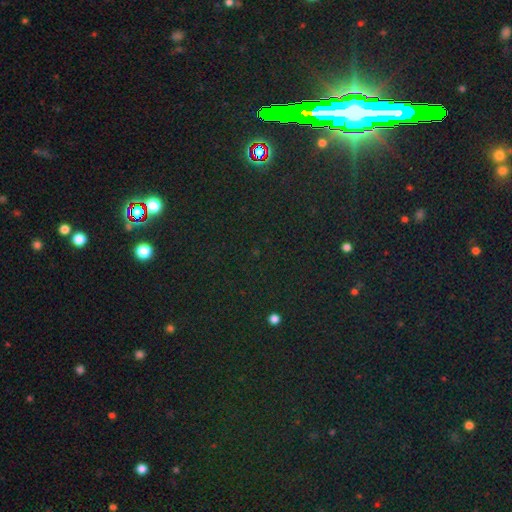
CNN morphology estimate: Smooth or featured? Predicted: star or artifact (p=0.81).